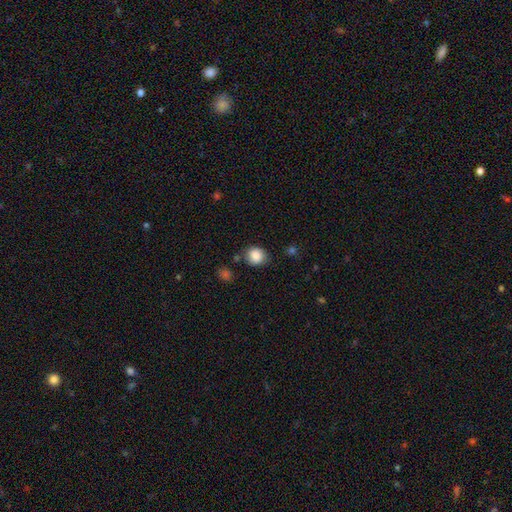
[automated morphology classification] This appears to be a smooth galaxy with no disk features (86%) that is round (80%). Merging: none (76%).